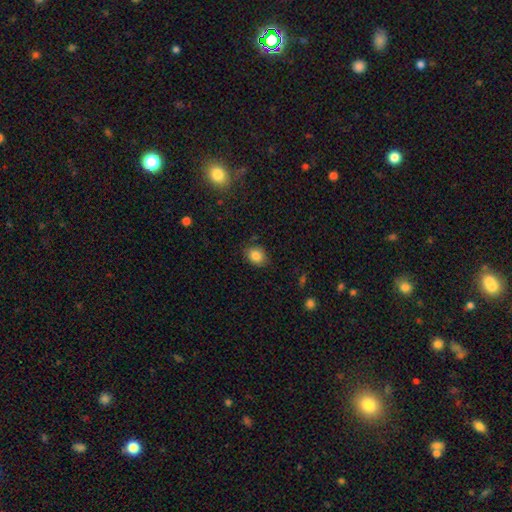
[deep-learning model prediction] Overall: smooth (84%). How rounded: in between (54%; round 45%). Merging: none (84%).